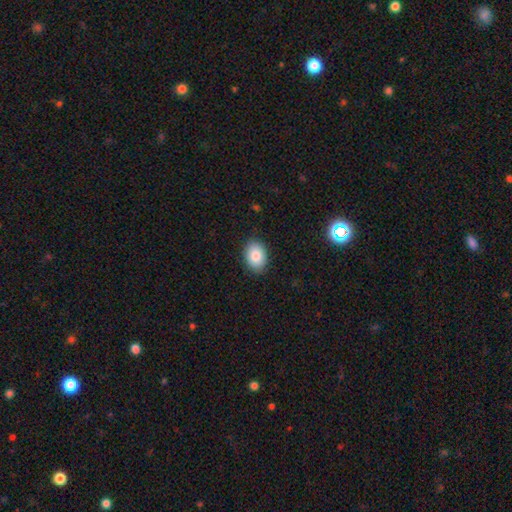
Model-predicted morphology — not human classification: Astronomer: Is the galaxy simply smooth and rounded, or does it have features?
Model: smooth — 85%.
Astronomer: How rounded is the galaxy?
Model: in between — 76%.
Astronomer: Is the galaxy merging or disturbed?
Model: none — 87%.